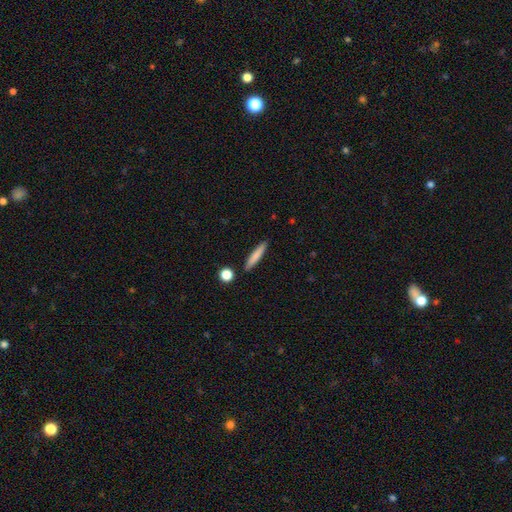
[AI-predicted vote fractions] A smooth galaxy with no disk features (76%) that is cigar-shaped (91%).

Vote fractions:
- Smooth or featured? smooth: 76% / featured or disk: 17% / star or artifact: 6%
- How rounded? cigar-shaped: 91% / in between: 7% / round: 2%
- Merging? none: 89% / minor disturbance: 7% / merger: 3% / major disturbance: 2%